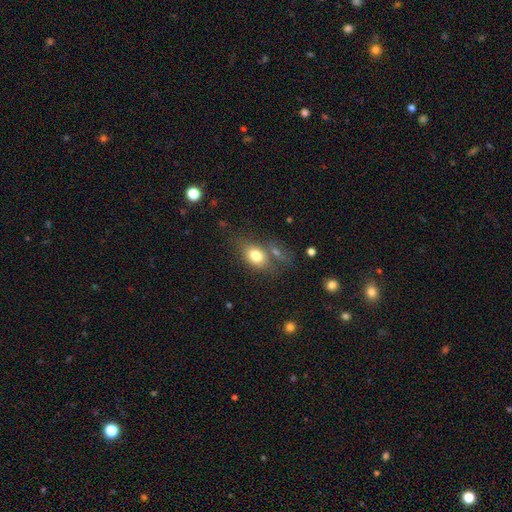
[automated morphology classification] The model was most divided on "merging": none: 54%, merger: 19%, minor disturbance: 18%, major disturbance: 9%. More confident: smooth or featured — smooth (77%); how rounded — in between (72%).